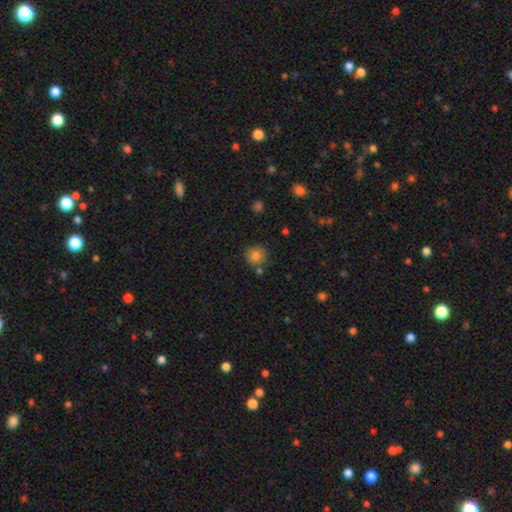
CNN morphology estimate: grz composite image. It shows a smooth galaxy with no disk features (81%) that is round (92%). Merging: none (80%).